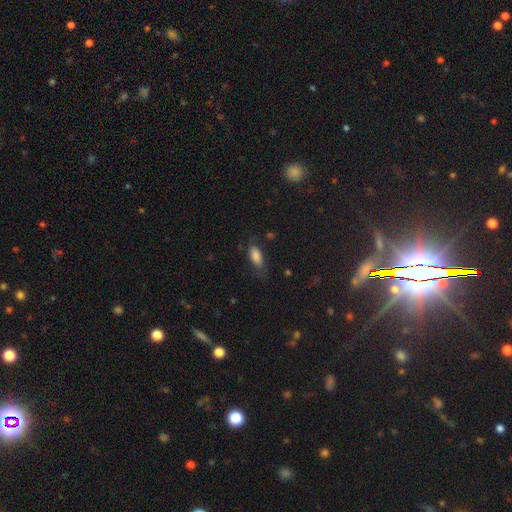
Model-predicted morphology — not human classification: Q: Smooth or featured?
A: smooth (84%); runner-up: featured or disk (8%)
Q: How rounded?
A: in between (83%); runner-up: cigar-shaped (14%)
Q: Merging?
A: none (67%); runner-up: minor disturbance (23%)